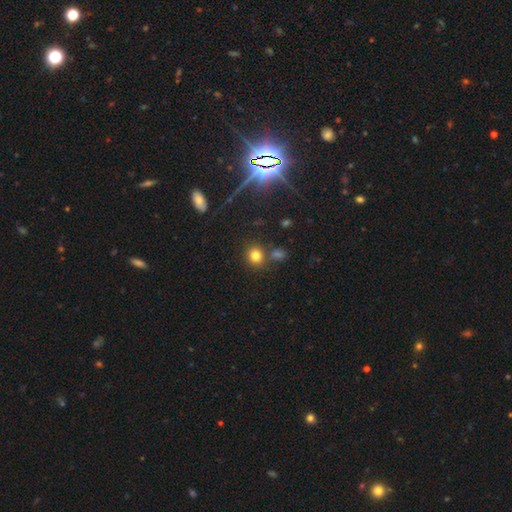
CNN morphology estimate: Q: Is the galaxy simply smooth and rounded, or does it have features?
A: smooth — 78%.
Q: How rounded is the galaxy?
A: round — 82%.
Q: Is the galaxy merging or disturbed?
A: none — 76%.